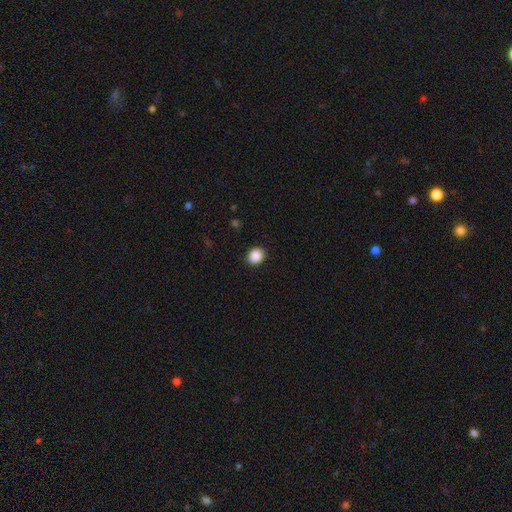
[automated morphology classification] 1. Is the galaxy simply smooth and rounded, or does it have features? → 88% smooth, 9% star or artifact, 3% featured or disk.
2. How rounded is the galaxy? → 77% round, 22% in between, 1% cigar-shaped.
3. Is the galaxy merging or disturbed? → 91% none, 6% minor disturbance, 2% major disturbance, 1% merger.